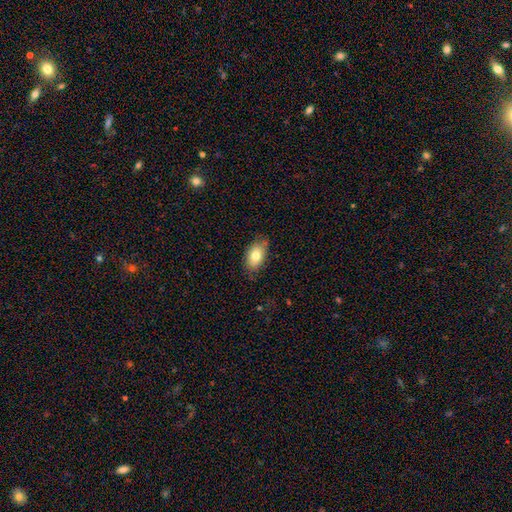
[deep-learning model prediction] The model was most divided on "merging": none: 73%, minor disturbance: 21%, major disturbance: 4%, merger: 1%. More confident: how rounded — in between (90%); smooth or featured — smooth (78%).